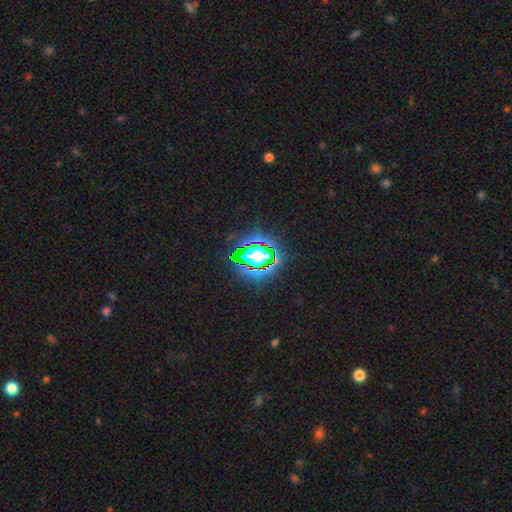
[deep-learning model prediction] This appears to be a star or artifact, not a galaxy (81%).